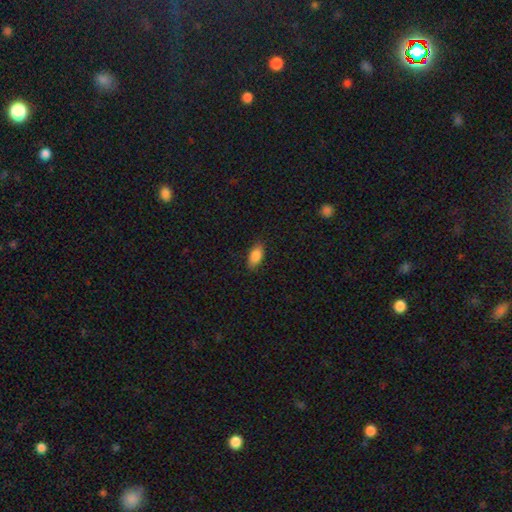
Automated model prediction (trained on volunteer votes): smooth-or-featured: smooth: 85% | featured or disk: 7% | star or artifact: 7%
  how-rounded: in between: 87% | cigar-shaped: 10% | round: 3%
  merging: none: 85% | minor disturbance: 12% | major disturbance: 3% | merger: 1%